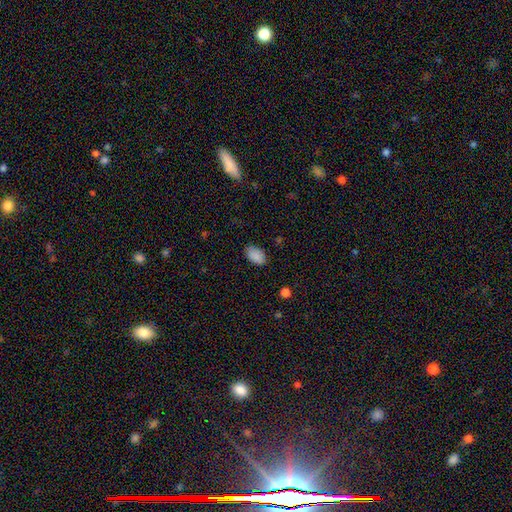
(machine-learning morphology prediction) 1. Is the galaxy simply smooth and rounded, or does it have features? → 89% smooth, 8% star or artifact, 4% featured or disk.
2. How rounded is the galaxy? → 92% in between, 7% round, 1% cigar-shaped.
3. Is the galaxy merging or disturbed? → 84% none, 12% minor disturbance, 3% major disturbance, 1% merger.